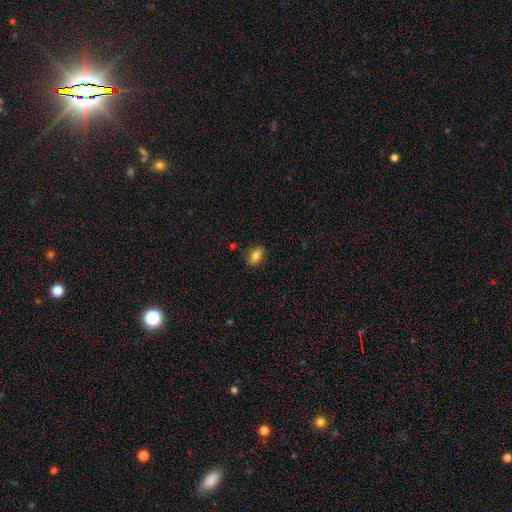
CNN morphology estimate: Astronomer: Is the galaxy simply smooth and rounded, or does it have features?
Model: smooth — 85%.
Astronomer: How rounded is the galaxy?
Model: in between — 88%.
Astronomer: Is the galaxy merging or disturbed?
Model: none — 84%.